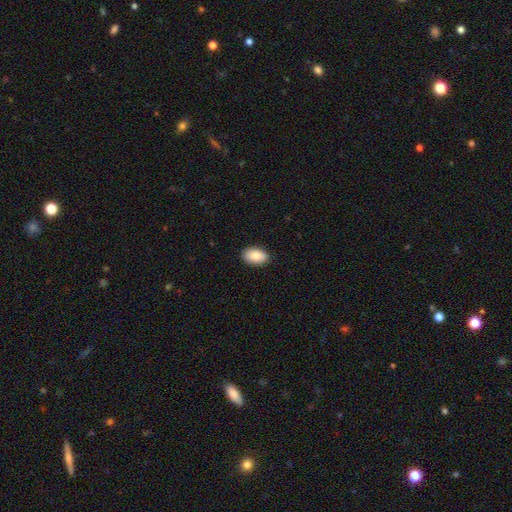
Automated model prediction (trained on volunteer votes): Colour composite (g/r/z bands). It shows a smooth galaxy with no disk features (87%) that is in between round and cigar-shaped (93%). Merging: none (89%).